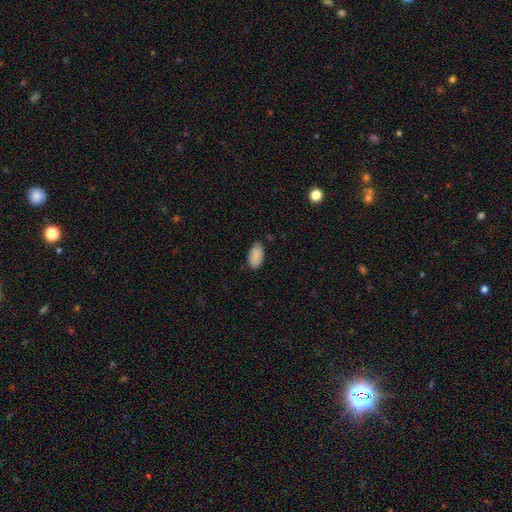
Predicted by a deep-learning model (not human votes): smooth-or-featured: smooth: 89% | star or artifact: 7% | featured or disk: 4%
  how-rounded: in between: 95% | round: 3% | cigar-shaped: 2%
  merging: none: 78% | minor disturbance: 18% | major disturbance: 3% | merger: 1%